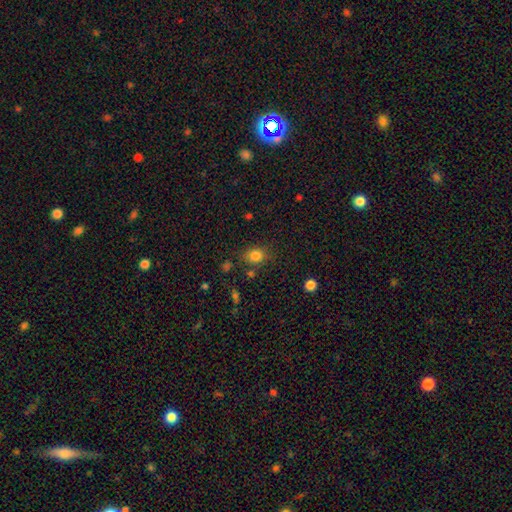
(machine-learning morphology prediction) This is clearly a smooth galaxy (82%). How rounded: possibly round (57%). Merging: likely none (75%).